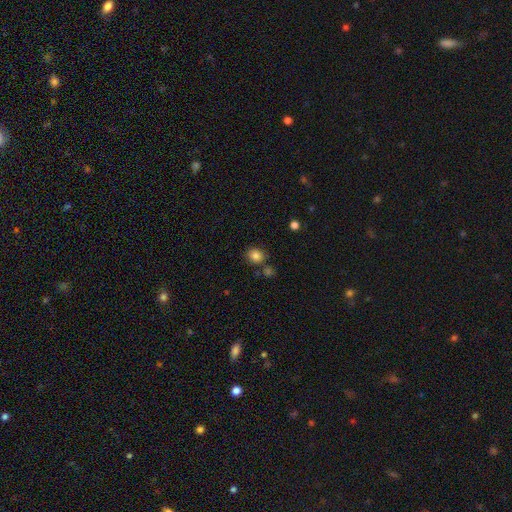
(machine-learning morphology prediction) This appears to be a smooth galaxy with no disk features (84%) that is round (71%). Merging: none (76%).